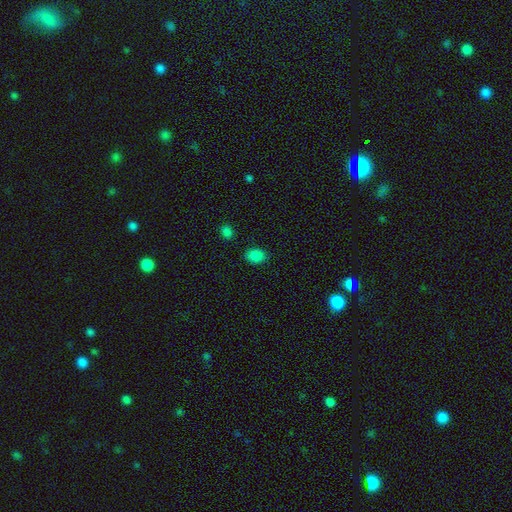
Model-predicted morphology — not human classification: smooth-or-featured: smooth: 85% | star or artifact: 11% | featured or disk: 4%
  how-rounded: in between: 69% | round: 30% | cigar-shaped: 1%
  merging: none: 85% | minor disturbance: 10% | major disturbance: 3% | merger: 2%